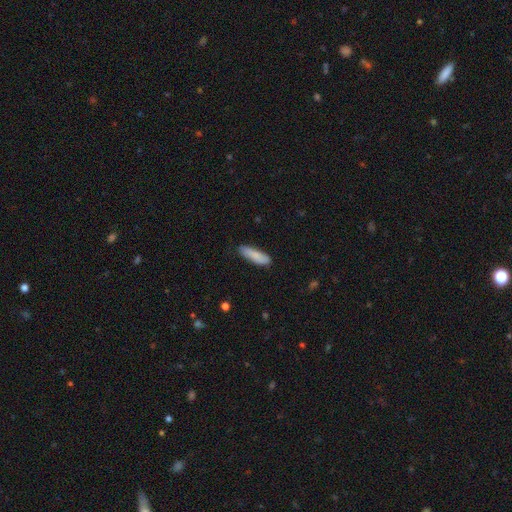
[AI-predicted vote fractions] smooth-or-featured: smooth: 84% | featured or disk: 11% | star or artifact: 6%
  how-rounded: cigar-shaped: 62% | in between: 36% | round: 2%
  merging: none: 83% | minor disturbance: 13% | major disturbance: 2% | merger: 1%